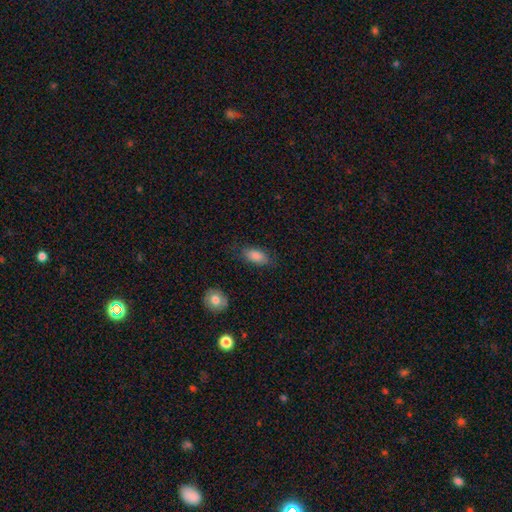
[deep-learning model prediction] smooth 85%, featured or disk 8%, star or artifact 7%. Down the decision tree: how rounded — in between (88%); merging — none (76%).